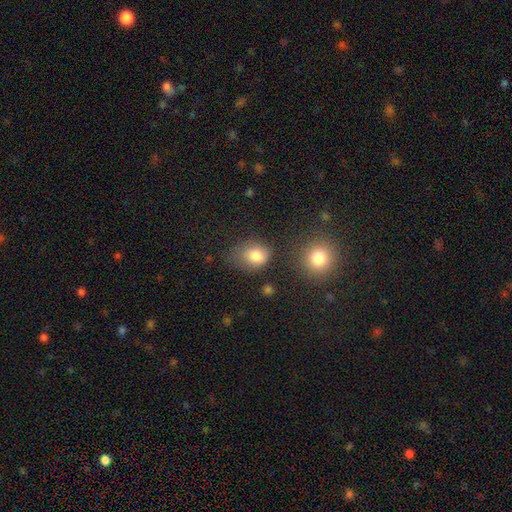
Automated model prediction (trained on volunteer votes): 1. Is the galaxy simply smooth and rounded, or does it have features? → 81% smooth, 11% star or artifact, 8% featured or disk.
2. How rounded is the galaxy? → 51% in between, 48% round, 1% cigar-shaped.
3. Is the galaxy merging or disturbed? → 55% none, 27% minor disturbance, 11% major disturbance, 7% merger.